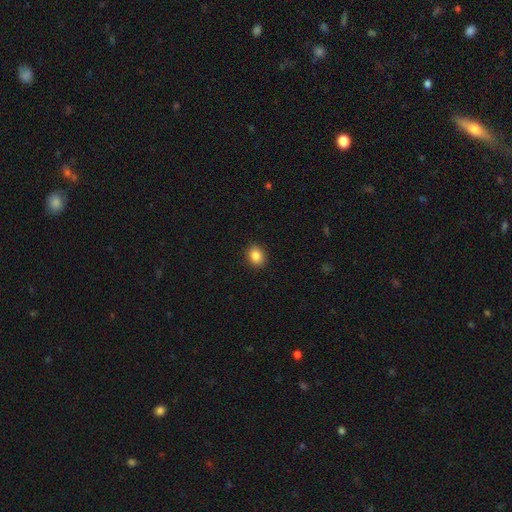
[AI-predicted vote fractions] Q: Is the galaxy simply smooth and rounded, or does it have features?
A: smooth — 86%.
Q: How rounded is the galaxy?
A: round — 50%.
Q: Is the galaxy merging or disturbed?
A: none — 91%.